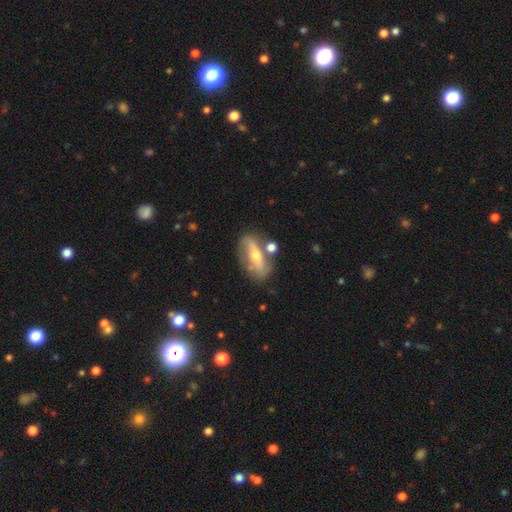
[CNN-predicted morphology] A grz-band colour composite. It shows a featured or disk galaxy (67%). Merging: none (71%).